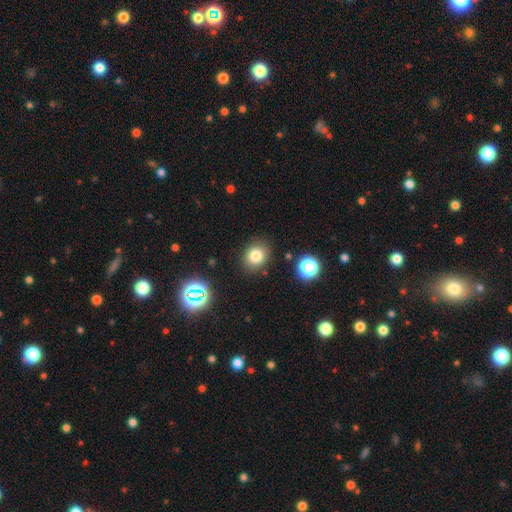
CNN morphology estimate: smooth 78%, star or artifact 14%, featured or disk 8%. Down the decision tree: how rounded — round (70%); merging — none (85%).